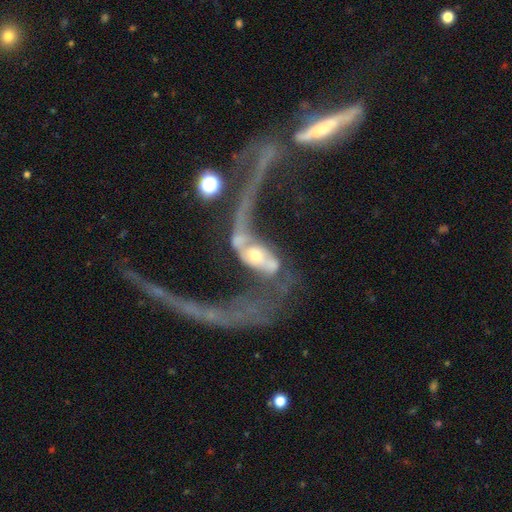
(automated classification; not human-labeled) Smooth or featured? featured or disk (76%)
Edge-on disk? no (87%)
Bar? no (54%)
Spiral arms? yes (70%)
Bulge size? moderate (59%)
Merging? major disturbance (43%)